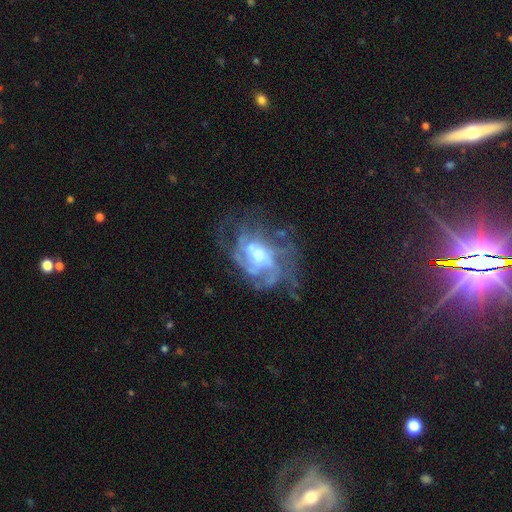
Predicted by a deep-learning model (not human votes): Smooth or featured?
  - featured or disk: 81% *
  - smooth: 10%
  - star or artifact: 9%
Edge-on disk?
  - no: 96% *
  - yes: 4%
Bar?
  - no: 58% *
  - weak: 33%
  - strong: 9%
Spiral arms?
  - yes: 85% *
  - no: 15%
Spiral winding?
  - tight: 44% *
  - medium: 39%
  - loose: 17%
Spiral arm count?
  - can't tell: 43% *
  - 3: 16%
  - 4: 16%
  - 2: 12%
  - more than 4: 8%
  - 1: 6%
Bulge size?
  - moderate: 59% *
  - small: 20%
  - large: 17%
  - none: 3%
  - dominant: 2%
Merging?
  - none: 56% *
  - major disturbance: 22%
  - minor disturbance: 20%
  - merger: 2%